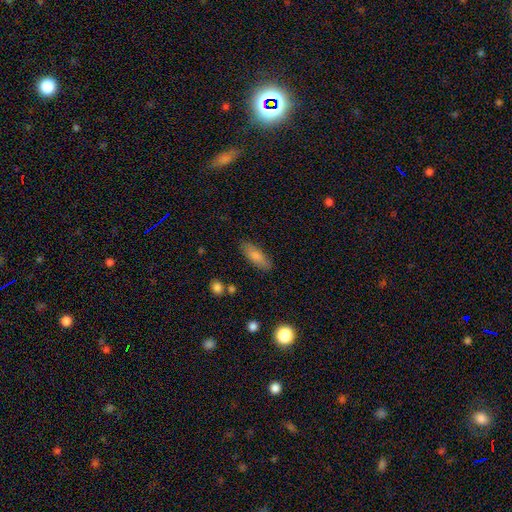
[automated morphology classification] This is likely a smooth galaxy (75%). How rounded: possibly in between (58%). Merging: clearly none (85%).